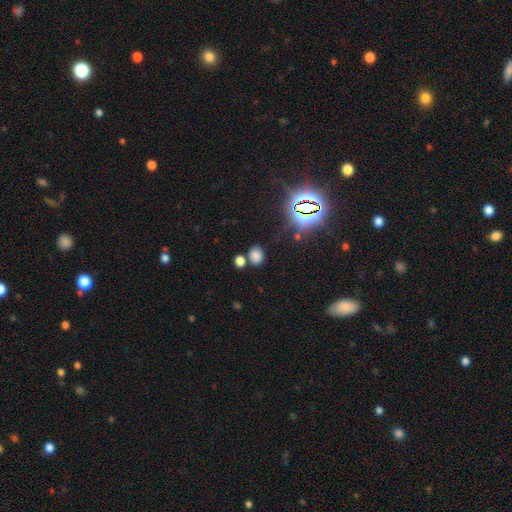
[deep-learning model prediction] Smooth or featured: smooth — 73% (star or artifact — 21%)
How rounded: in between — 58% (round — 41%)
Merging: none — 67% (merger — 17%)